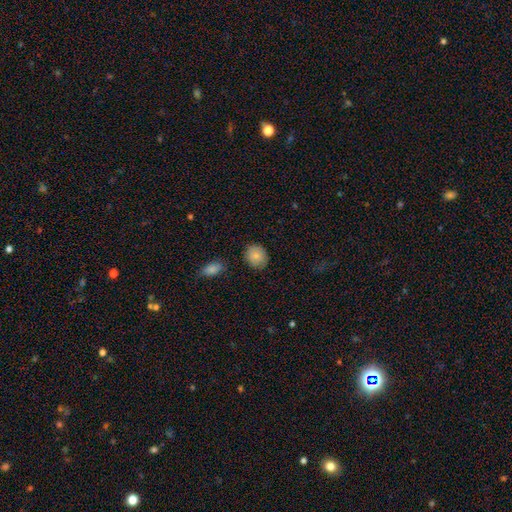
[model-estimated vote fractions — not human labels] Morphology: type=smooth (84%); roundness=round (67%); merging=none (85%).